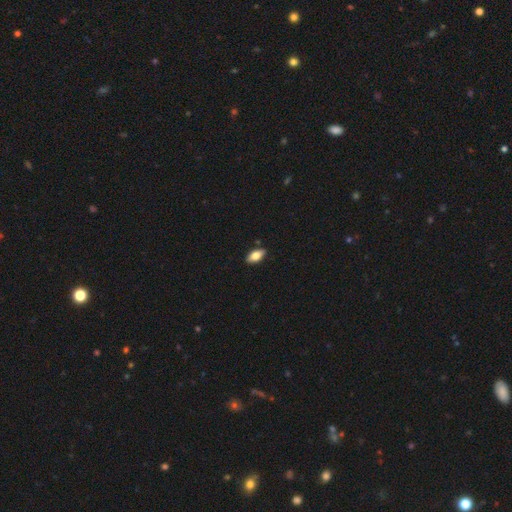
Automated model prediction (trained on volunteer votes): Morphology: type=smooth (78%); roundness=in between (91%); merging=none (88%).